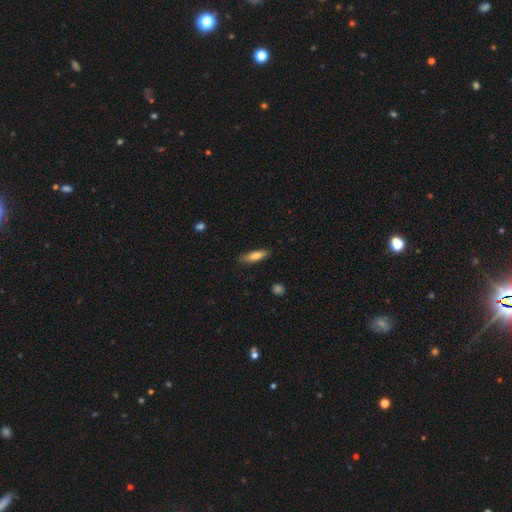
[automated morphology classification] Q: Smooth or featured?
A: smooth (79%); runner-up: featured or disk (15%)
Q: How rounded?
A: cigar-shaped (58%); runner-up: in between (40%)
Q: Merging?
A: none (80%); runner-up: minor disturbance (16%)